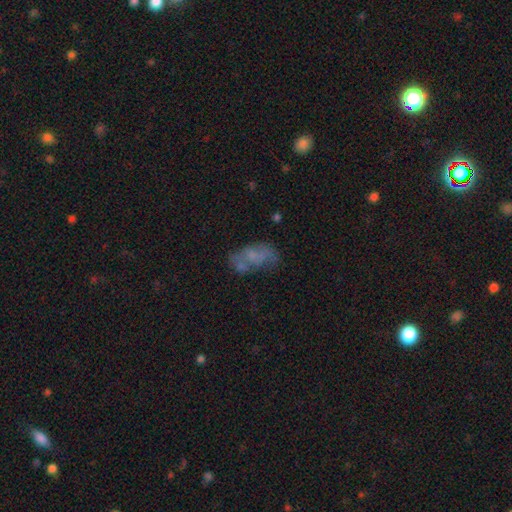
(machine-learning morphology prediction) smooth_or_featured: smooth (p=0.48) [alt: featured or disk p=0.40]
merging: none (p=0.39) [alt: minor disturbance p=0.23]